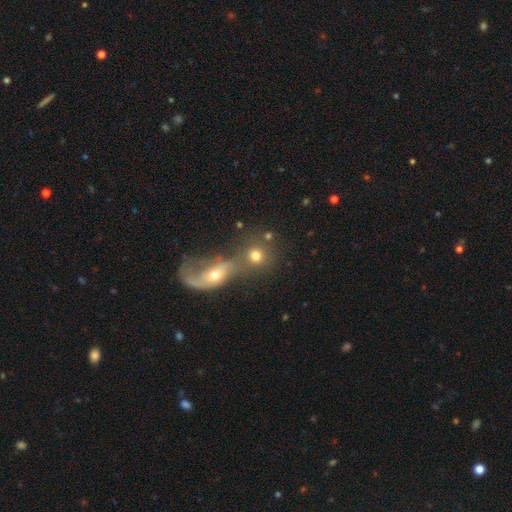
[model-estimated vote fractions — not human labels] Overall: smooth (69%). How rounded: round (80%). Merging: merger (43%; none 42%).